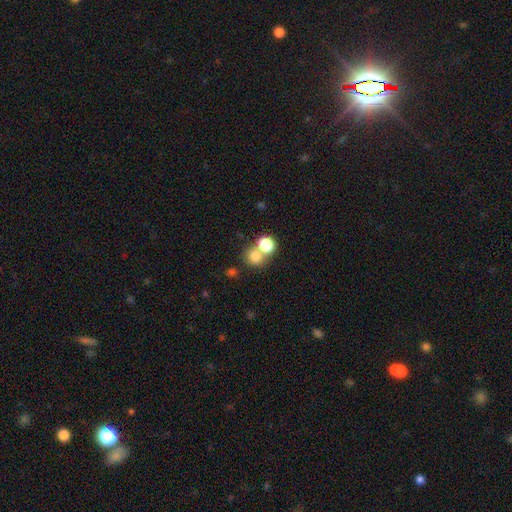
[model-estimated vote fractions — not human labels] A smooth galaxy with no disk features (77%) that is round (83%).

Vote fractions:
- Smooth or featured? smooth: 77% / star or artifact: 15% / featured or disk: 9%
- How rounded? round: 83% / in between: 16% / cigar-shaped: 1%
- Merging? none: 48% / merger: 42% / minor disturbance: 6% / major disturbance: 3%